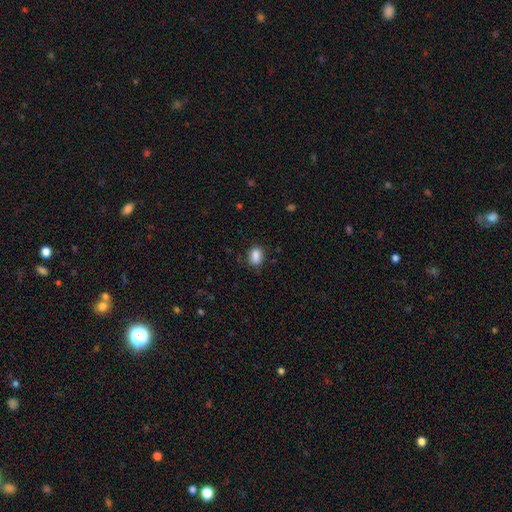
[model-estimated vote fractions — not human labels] smooth-or-featured: smooth: 87% | star or artifact: 9% | featured or disk: 5%
  how-rounded: in between: 79% | round: 19% | cigar-shaped: 2%
  merging: none: 77% | minor disturbance: 17% | major disturbance: 4% | merger: 2%